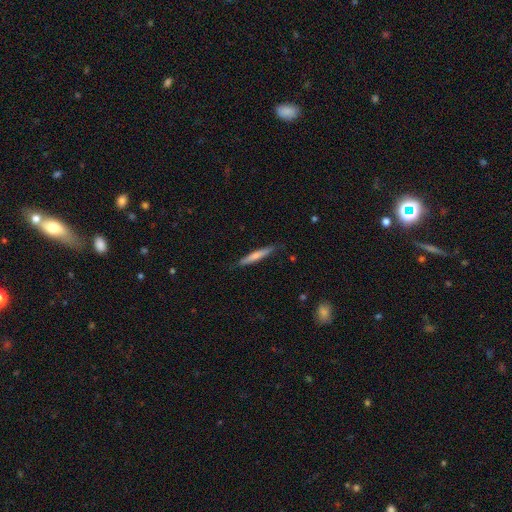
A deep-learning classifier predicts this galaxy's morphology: Q: Smooth or featured?
A: smooth (62%); runner-up: featured or disk (33%)
Q: How rounded?
A: cigar-shaped (93%); runner-up: in between (5%)
Q: Merging?
A: none (84%); runner-up: minor disturbance (13%)